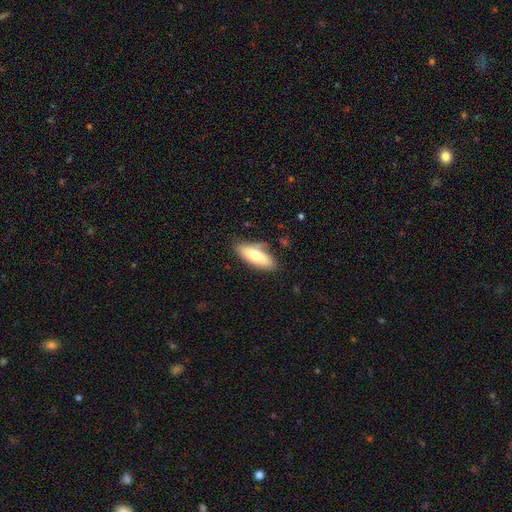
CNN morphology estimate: The model was most divided on "how rounded": in between: 67%, cigar-shaped: 30%, round: 2%. More confident: smooth or featured — smooth (74%); merging — none (72%).